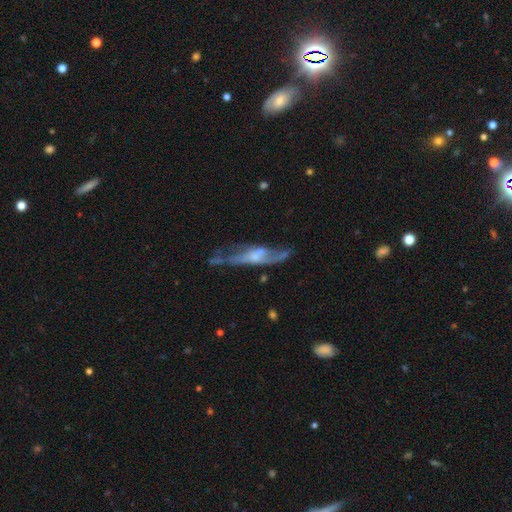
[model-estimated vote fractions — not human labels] A featured or disk galaxy (69%). Merging: none (38%).